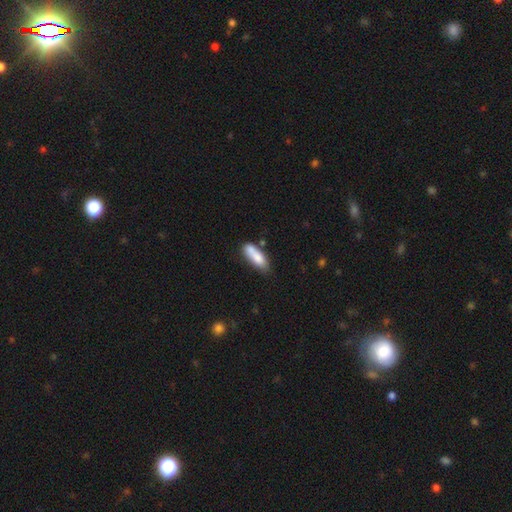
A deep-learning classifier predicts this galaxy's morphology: smooth_or_featured: smooth (p=0.78) [alt: featured or disk p=0.15]
how_rounded: in between (p=0.57) [alt: cigar-shaped p=0.41]
merging: none (p=0.48) [alt: minor disturbance p=0.23]